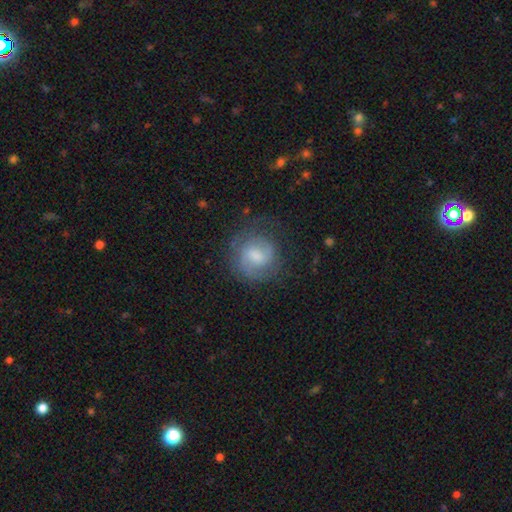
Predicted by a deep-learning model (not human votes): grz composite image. It shows a featured or disk galaxy (53%) with a weak bar (54%), spiral arms (85%) and a moderate central bulge (43%). Merging: none (67%).